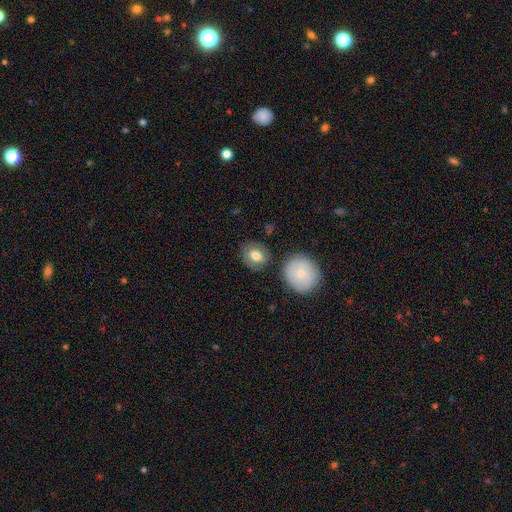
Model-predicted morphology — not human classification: A smooth galaxy with no disk features (71%) that is round (58%).

Vote fractions:
- Smooth or featured? smooth: 71% / featured or disk: 22% / star or artifact: 7%
- How rounded? round: 58% / in between: 41% / cigar-shaped: 1%
- Merging? none: 74% / minor disturbance: 15% / merger: 6% / major disturbance: 5%